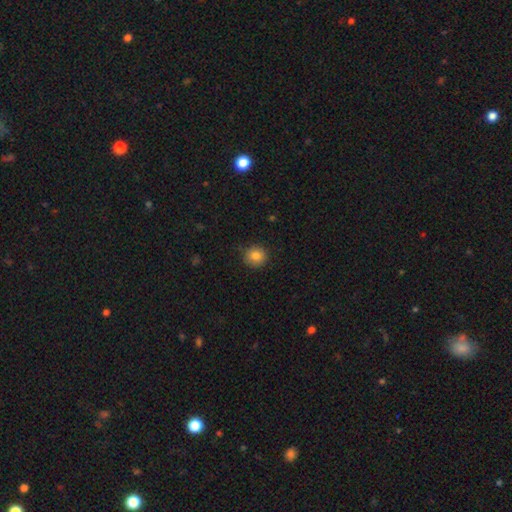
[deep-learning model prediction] Smooth or featured?
  - smooth: 83% *
  - star or artifact: 11%
  - featured or disk: 6%
How rounded?
  - round: 91% *
  - in between: 8%
  - cigar-shaped: 1%
Merging?
  - none: 87% *
  - minor disturbance: 10%
  - major disturbance: 2%
  - merger: 1%